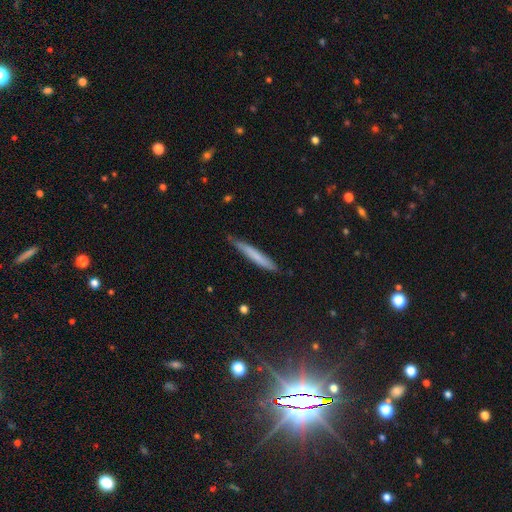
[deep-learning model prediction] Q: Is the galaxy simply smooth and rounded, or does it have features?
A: smooth — 69%.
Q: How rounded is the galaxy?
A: cigar-shaped — 96%.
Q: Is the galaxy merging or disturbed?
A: none — 78%.